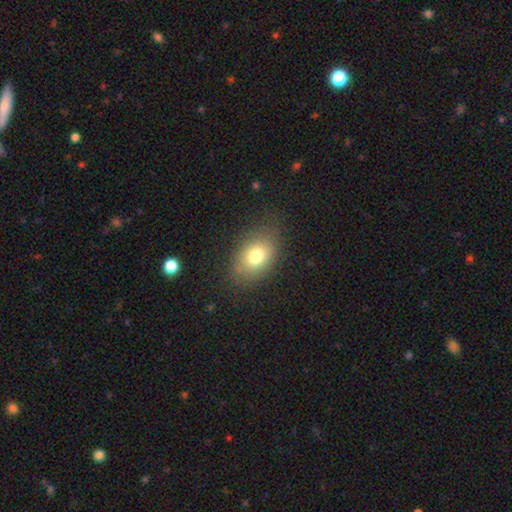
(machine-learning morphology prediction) smooth_or_featured: smooth (p=0.76) [alt: featured or disk p=0.13]
how_rounded: in between (p=0.78) [alt: round p=0.20]
merging: none (p=0.79) [alt: minor disturbance p=0.15]